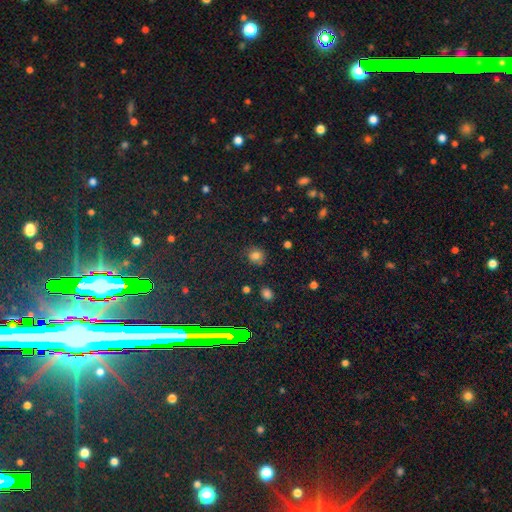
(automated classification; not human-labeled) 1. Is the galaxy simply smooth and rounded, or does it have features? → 77% smooth, 16% star or artifact, 7% featured or disk.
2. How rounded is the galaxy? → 80% round, 18% in between, 1% cigar-shaped.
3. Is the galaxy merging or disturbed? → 78% none, 15% minor disturbance, 4% major disturbance, 2% merger.